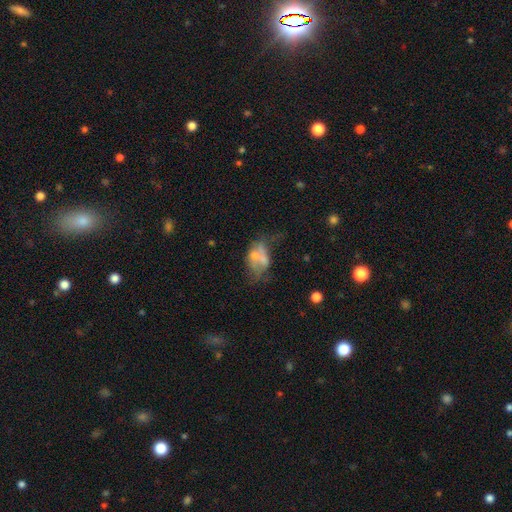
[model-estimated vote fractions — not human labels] Smooth or featured: featured or disk — 44% (smooth — 40%)
Merging: merger — 35% (none — 24%)